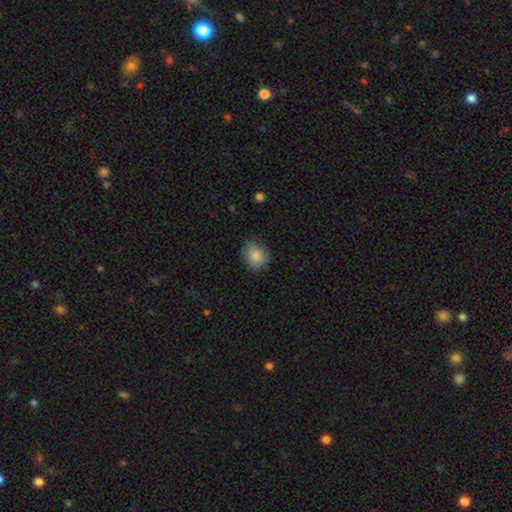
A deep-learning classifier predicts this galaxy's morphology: A smooth galaxy with no disk features (84%) that is round (67%). Merging: none (78%).